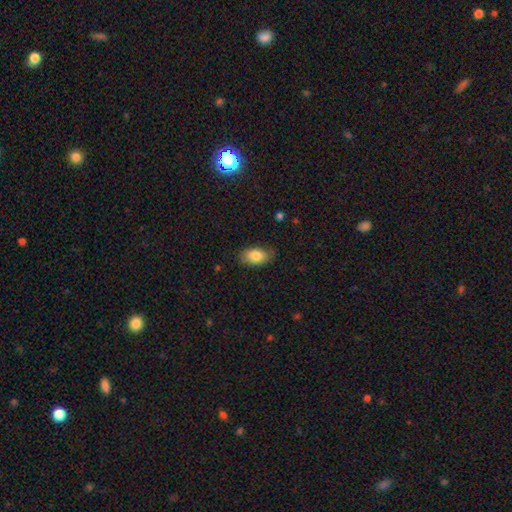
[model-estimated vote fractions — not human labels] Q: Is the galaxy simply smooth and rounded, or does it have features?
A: smooth — 83%.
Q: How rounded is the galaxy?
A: in between — 92%.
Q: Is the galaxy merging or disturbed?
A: none — 75%.